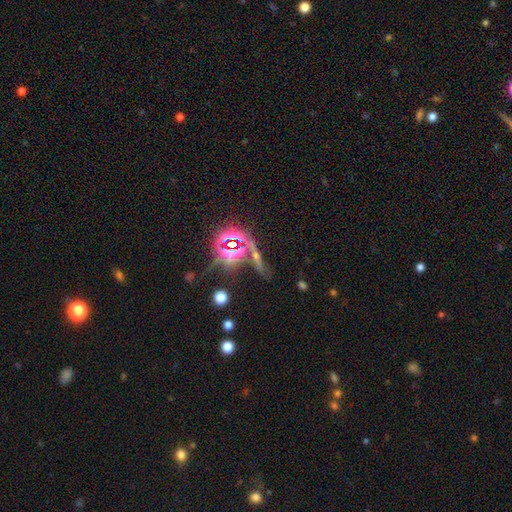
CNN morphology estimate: Q: Smooth or featured?
A: star or artifact (54%); runner-up: featured or disk (23%)